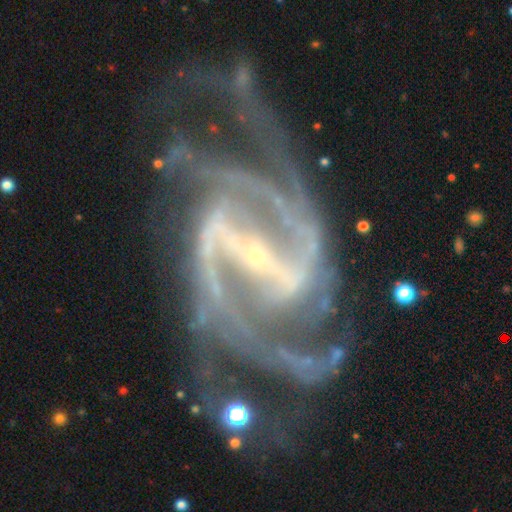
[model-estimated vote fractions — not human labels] This appears to be a featured or disk galaxy (93%) with a strong bar (78%), 2 (60%) medium (56%) spiral arms (98%) and a small central bulge (87%). Merging: none (55%).